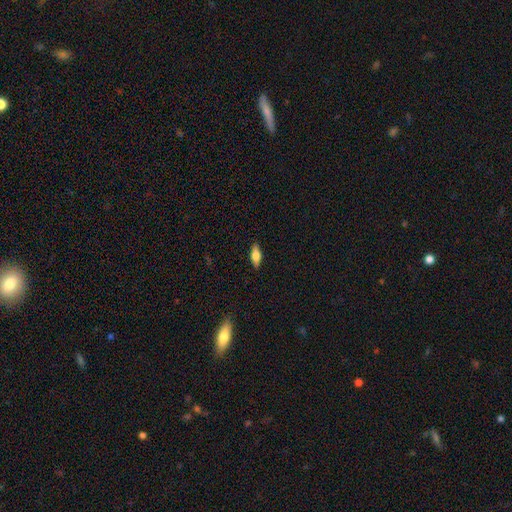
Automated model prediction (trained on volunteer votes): smooth 54%, featured or disk 39%, star or artifact 7%. Down the decision tree: how rounded — in between (64%); merging — none (88%).